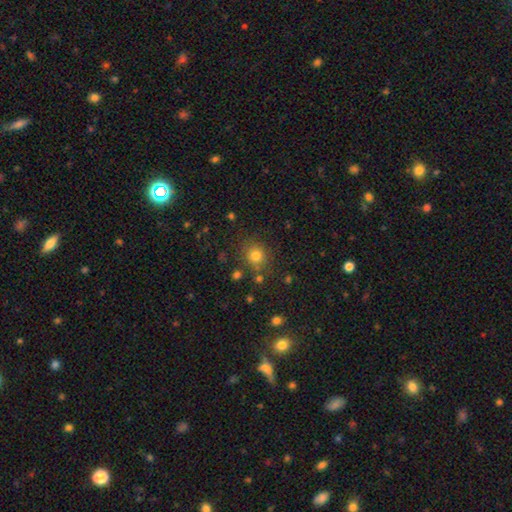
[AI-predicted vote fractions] A smooth galaxy with no disk features (78%) that is round (87%). Merging: none (80%).